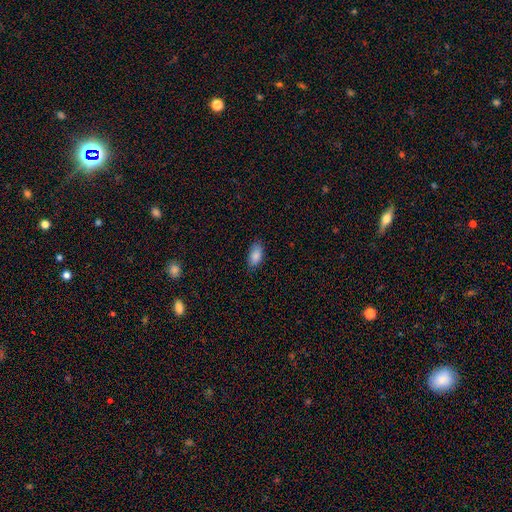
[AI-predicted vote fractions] Smooth or featured? Predicted: smooth (p=0.87). How rounded? Predicted: in between (p=0.92). Merging? Predicted: none (p=0.79).